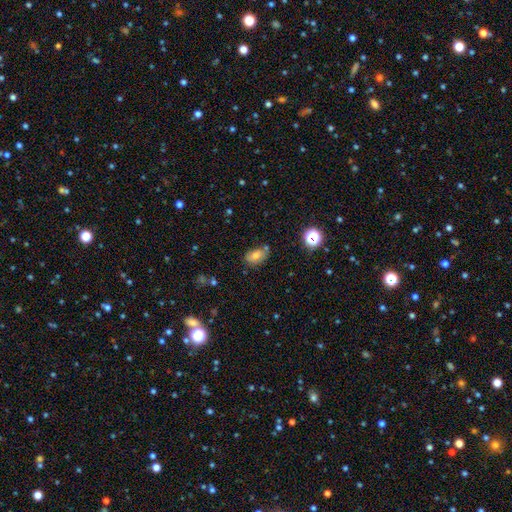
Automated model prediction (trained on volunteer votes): Overall: smooth (74%). How rounded: in between (87%). Merging: none (68%).